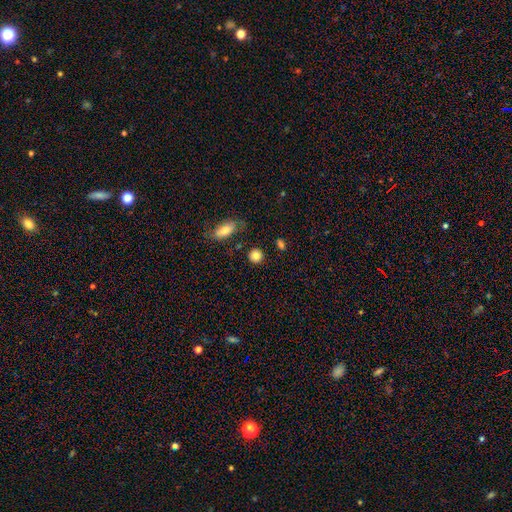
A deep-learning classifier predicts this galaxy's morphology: The model was most divided on "smooth or featured": smooth: 84%, star or artifact: 9%, featured or disk: 6%. More confident: how rounded — round (87%); merging — none (85%).